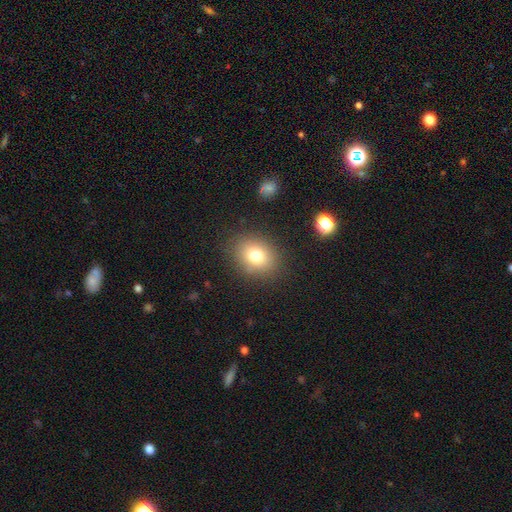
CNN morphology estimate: smooth-or-featured: smooth: 77% | star or artifact: 13% | featured or disk: 10%
  how-rounded: round: 53% | in between: 46% | cigar-shaped: 1%
  merging: none: 86% | minor disturbance: 9% | major disturbance: 4% | merger: 1%